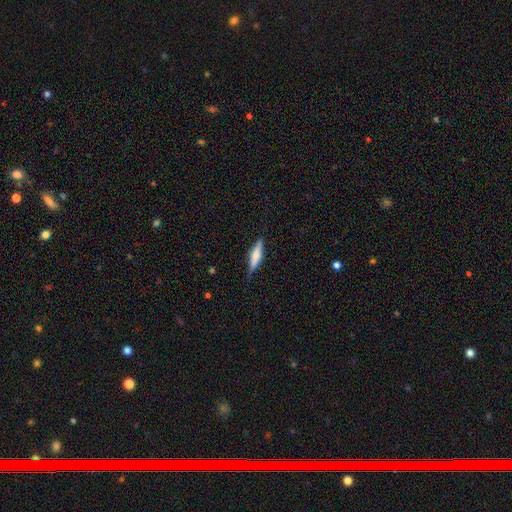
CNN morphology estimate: Smooth or featured? smooth (57%)
How rounded? cigar-shaped (76%)
Merging? none (79%)